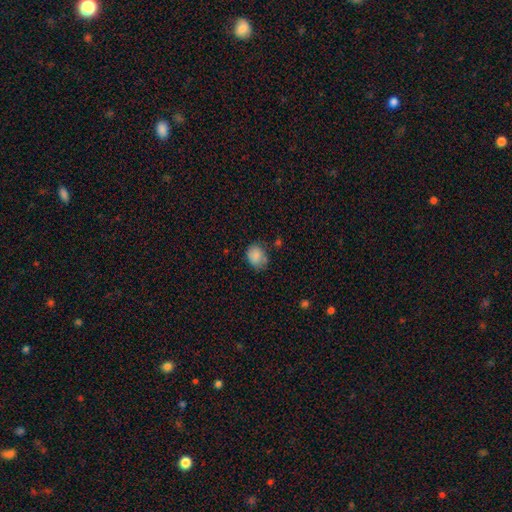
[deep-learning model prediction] Smooth or featured? Predicted: smooth (p=0.85). How rounded? Predicted: round (p=0.52). Merging? Predicted: none (p=0.65).